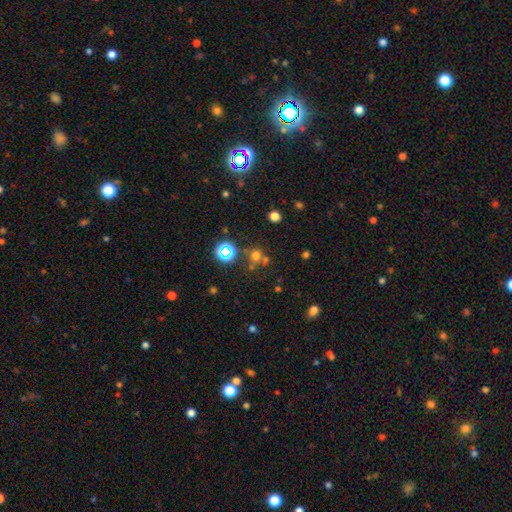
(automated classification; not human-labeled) A smooth galaxy with no disk features (57%) that is round (90%).

Vote fractions:
- Smooth or featured? smooth: 57% / star or artifact: 33% / featured or disk: 10%
- How rounded? round: 90% / in between: 9% / cigar-shaped: 1%
- Merging? none: 64% / merger: 23% / minor disturbance: 9% / major disturbance: 5%